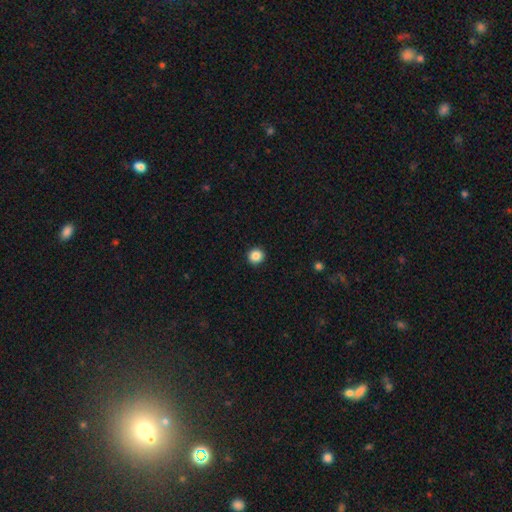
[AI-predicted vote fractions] Smooth or featured: smooth — 86% (star or artifact — 10%)
How rounded: round — 94% (in between — 5%)
Merging: none — 94% (minor disturbance — 4%)